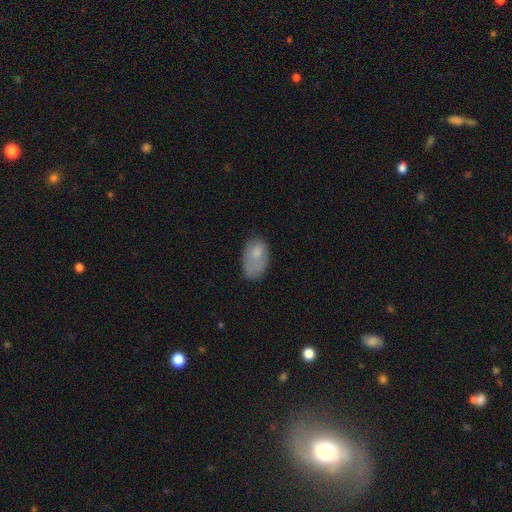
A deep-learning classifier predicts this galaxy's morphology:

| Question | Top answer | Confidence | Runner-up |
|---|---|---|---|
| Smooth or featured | smooth | 71% | featured or disk (20%) |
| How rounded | in between | 90% | round (8%) |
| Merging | none | 43% | minor disturbance (33%) |